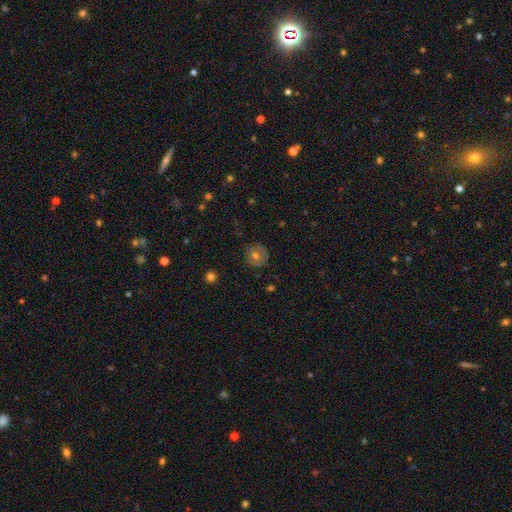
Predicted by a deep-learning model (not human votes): Smooth or featured?
  - smooth: 58% *
  - featured or disk: 32%
  - star or artifact: 11%
How rounded?
  - round: 91% *
  - in between: 8%
  - cigar-shaped: 1%
Merging?
  - none: 84% *
  - minor disturbance: 12%
  - major disturbance: 3%
  - merger: 1%